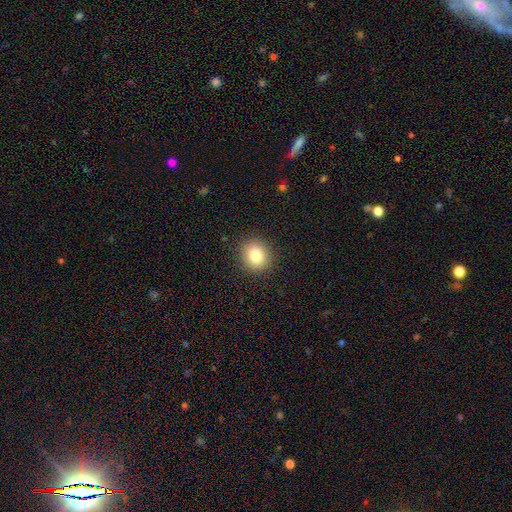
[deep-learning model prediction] smooth 81%, star or artifact 11%, featured or disk 8%. Down the decision tree: how rounded — round (82%); merging — none (90%).